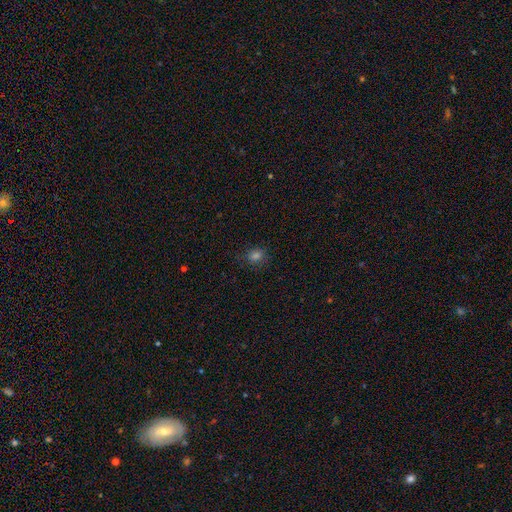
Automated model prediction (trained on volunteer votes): Smooth or featured?
  - smooth: 75% *
  - star or artifact: 20%
  - featured or disk: 6%
How rounded?
  - round: 68% *
  - in between: 31%
  - cigar-shaped: 1%
Merging?
  - none: 82% *
  - minor disturbance: 13%
  - major disturbance: 4%
  - merger: 1%